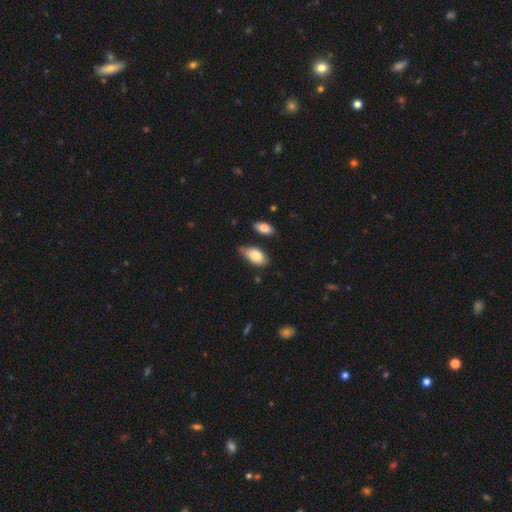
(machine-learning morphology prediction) smooth 81%, featured or disk 12%, star or artifact 7%. Down the decision tree: how rounded — in between (92%); merging — none (53%).